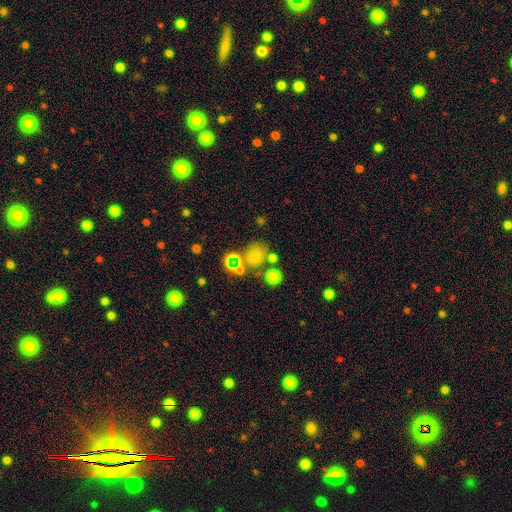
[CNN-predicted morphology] This is likely a smooth galaxy (64%). How rounded: likely round (67%). Merging: possibly none (52%).